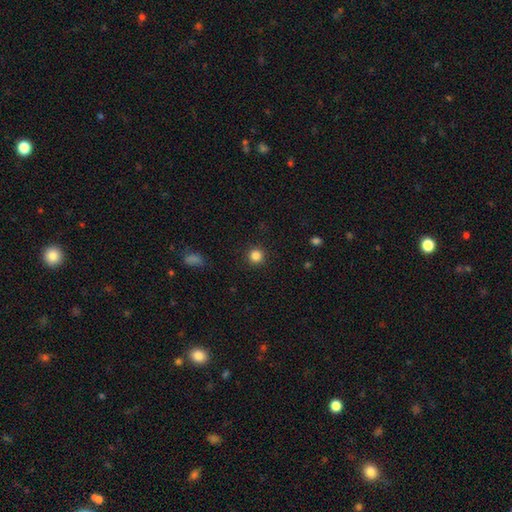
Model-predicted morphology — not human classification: A smooth galaxy with no disk features (85%) that is round (95%).

Vote fractions:
- Smooth or featured? smooth: 85% / star or artifact: 11% / featured or disk: 4%
- How rounded? round: 95% / in between: 4% / cigar-shaped: 1%
- Merging? none: 92% / minor disturbance: 5% / major disturbance: 2% / merger: 1%